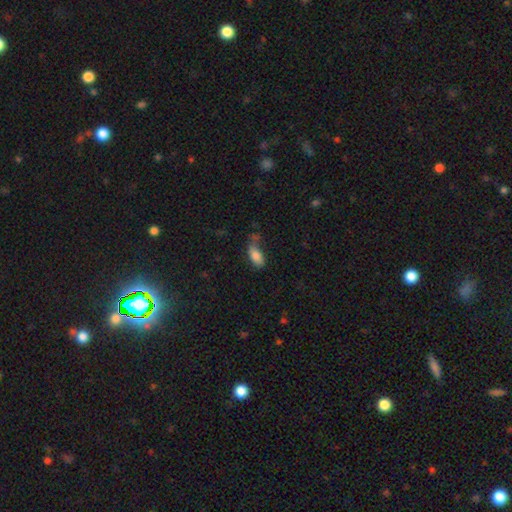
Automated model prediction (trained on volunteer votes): smooth 81%, featured or disk 11%, star or artifact 8%. Down the decision tree: how rounded — in between (88%); merging — none (44%).